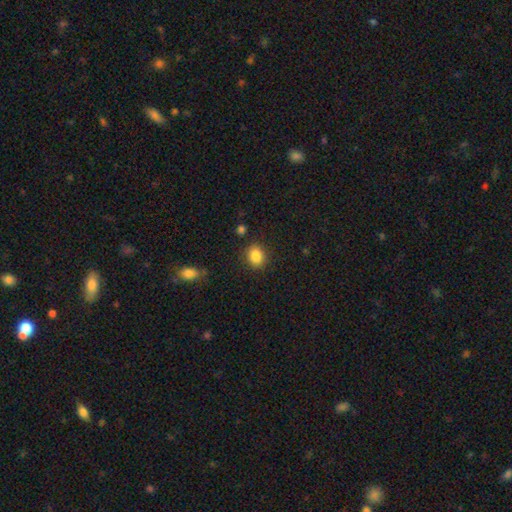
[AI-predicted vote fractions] Smooth or featured? Predicted: smooth (p=0.86). How rounded? Predicted: round (p=0.59). Merging? Predicted: none (p=0.86).